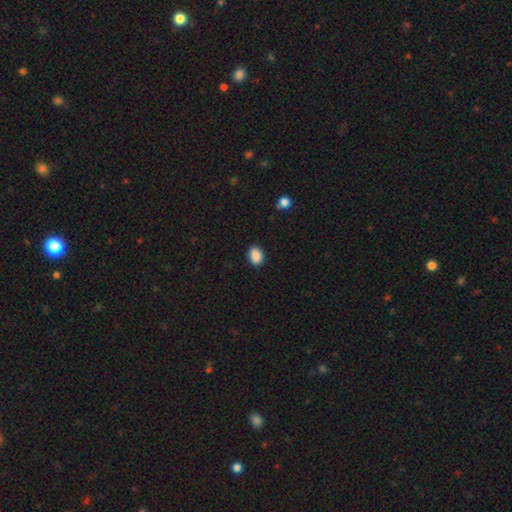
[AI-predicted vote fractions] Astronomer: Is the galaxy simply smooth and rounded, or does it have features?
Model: smooth — 89%.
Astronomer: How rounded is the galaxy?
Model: in between — 78%.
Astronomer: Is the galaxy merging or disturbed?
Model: none — 89%.